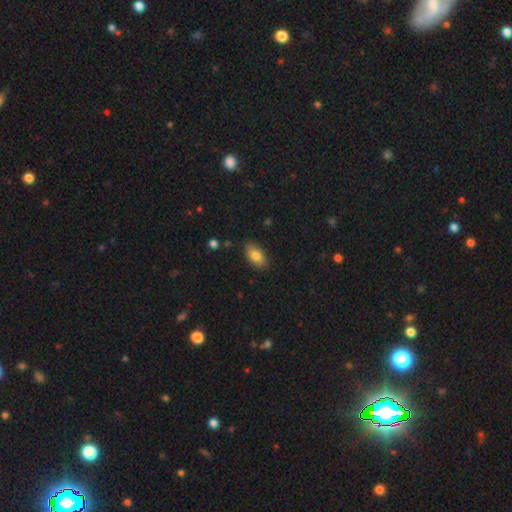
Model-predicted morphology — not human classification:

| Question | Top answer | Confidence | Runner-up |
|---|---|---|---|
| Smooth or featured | smooth | 81% | featured or disk (11%) |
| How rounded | in between | 90% | round (7%) |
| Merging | none | 84% | minor disturbance (12%) |